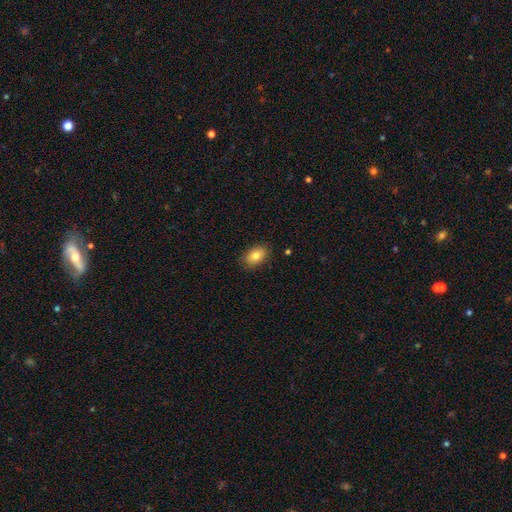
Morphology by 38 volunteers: smooth-or-featured: smooth: 71% | featured or disk: 21% | star or artifact: 8%
  how-rounded: in between: 100% | round: 0% | cigar-shaped: 0%
  merging: none: 89% | minor disturbance: 9% | major disturbance: 3% | merger: 0%